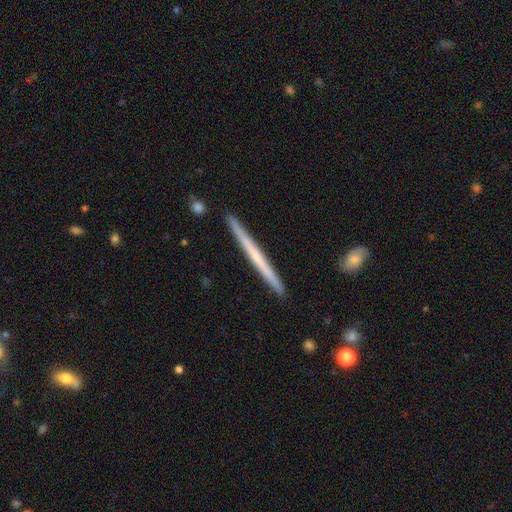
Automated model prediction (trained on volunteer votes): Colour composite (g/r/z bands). It shows a featured or disk galaxy (54%) viewed edge-on (98%) with no central bulge (83%). Merging: none (92%).